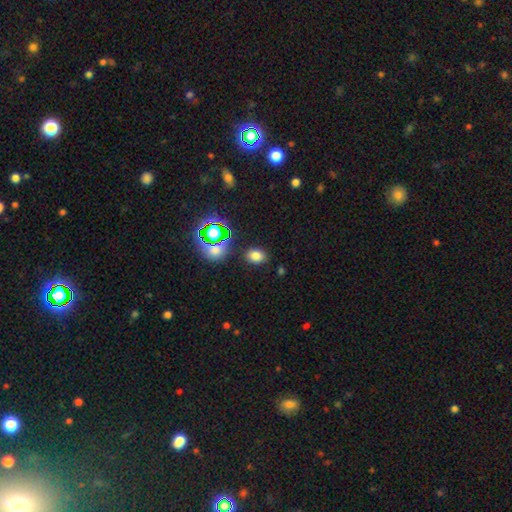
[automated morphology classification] This is likely a smooth galaxy (74%). How rounded: likely in between (66%). Merging: clearly none (85%).